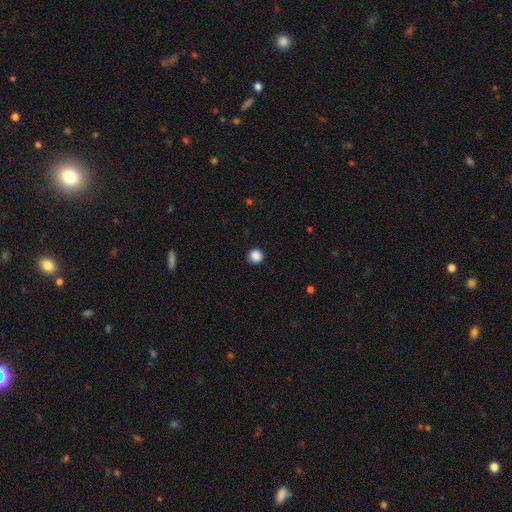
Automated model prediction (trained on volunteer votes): Smooth or featured?
  - smooth: 88% *
  - star or artifact: 10%
  - featured or disk: 2%
How rounded?
  - round: 95% *
  - in between: 4%
  - cigar-shaped: 1%
Merging?
  - none: 92% *
  - minor disturbance: 5%
  - major disturbance: 2%
  - merger: 1%